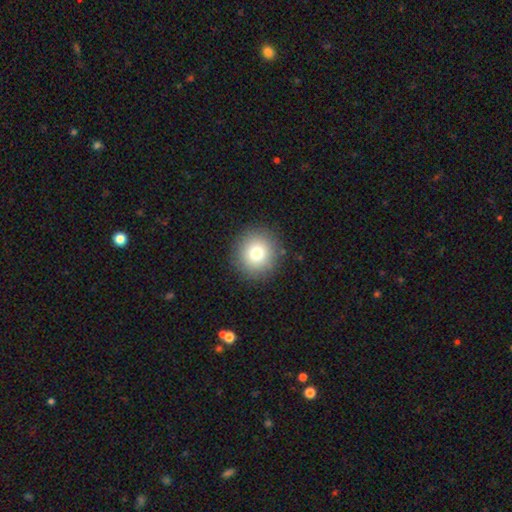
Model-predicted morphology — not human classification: This appears to be a smooth galaxy with no disk features (76%) that is round (93%). Merging: none (92%).